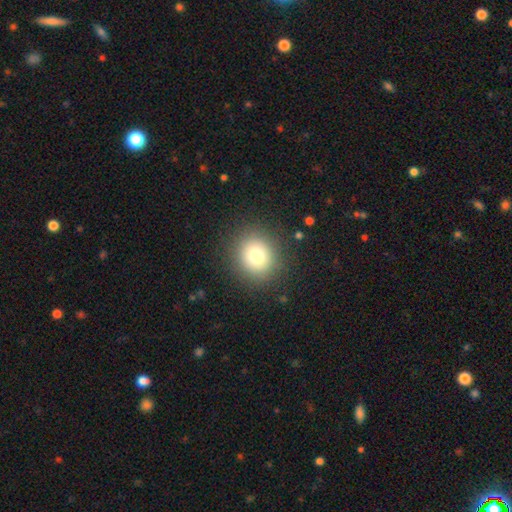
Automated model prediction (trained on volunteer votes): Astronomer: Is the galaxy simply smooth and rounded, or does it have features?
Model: smooth — 76%.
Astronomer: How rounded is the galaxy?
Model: round — 86%.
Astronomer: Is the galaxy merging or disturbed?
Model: none — 88%.